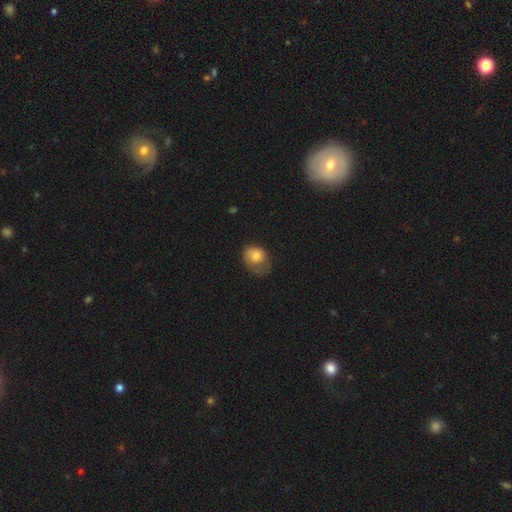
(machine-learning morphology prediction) This is likely a smooth galaxy (75%). How rounded: possibly in between (57%). Merging: marginally minor disturbance (36%).